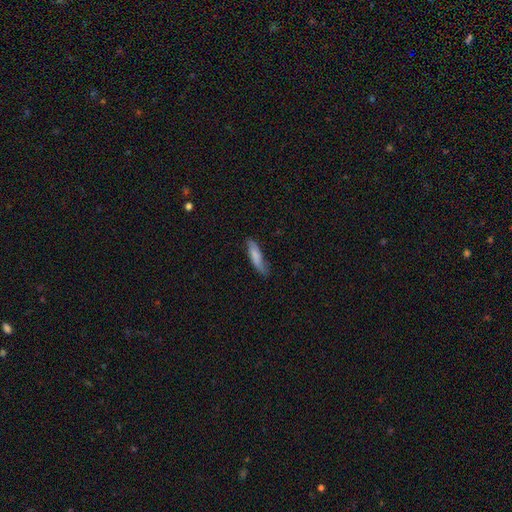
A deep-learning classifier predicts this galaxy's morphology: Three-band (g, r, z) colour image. It shows a smooth galaxy with no disk features (73%) that is cigar-shaped (69%). Merging: none (69%).